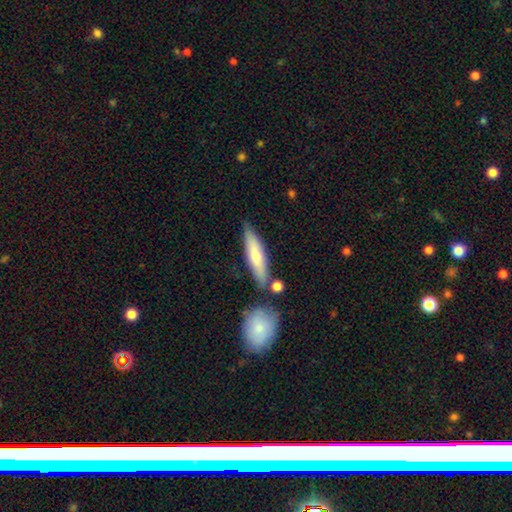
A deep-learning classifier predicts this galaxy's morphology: smooth_or_featured: smooth (p=0.70) [alt: featured or disk p=0.25]
how_rounded: cigar-shaped (p=0.76) [alt: in between p=0.22]
merging: none (p=0.72) [alt: minor disturbance p=0.15]